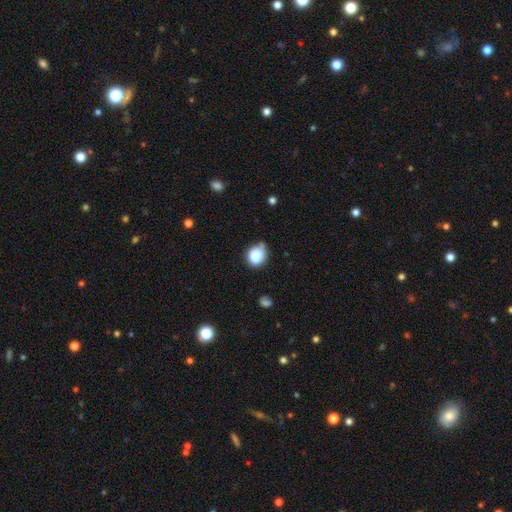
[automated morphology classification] smooth 85%, star or artifact 9%, featured or disk 6%. Down the decision tree: how rounded — round (69%); merging — none (54%).